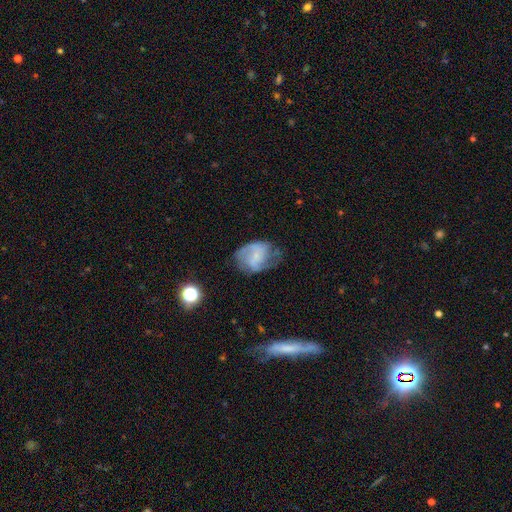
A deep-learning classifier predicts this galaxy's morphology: featured or disk 64%, smooth 28%, star or artifact 8%. Down the decision tree: edge-on disk — no (98%); bar — no (51%); spiral arms — yes (85%); spiral arm count — 2 (63%); spiral winding — medium (46%); bulge size — small (59%); merging — none (51%).